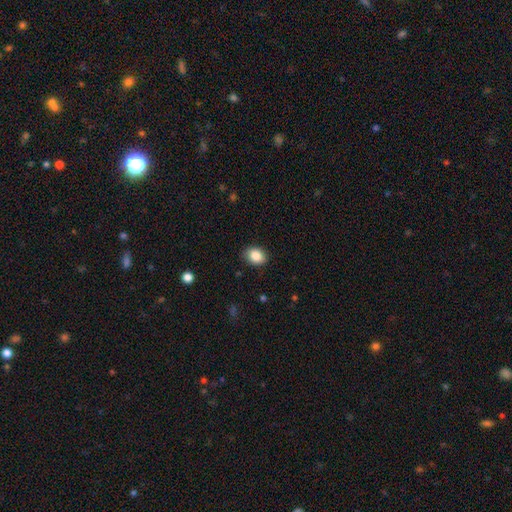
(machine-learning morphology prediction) smooth-or-featured: smooth: 87% | star or artifact: 8% | featured or disk: 5%
  how-rounded: in between: 61% | round: 38% | cigar-shaped: 1%
  merging: none: 86% | minor disturbance: 10% | major disturbance: 2% | merger: 1%